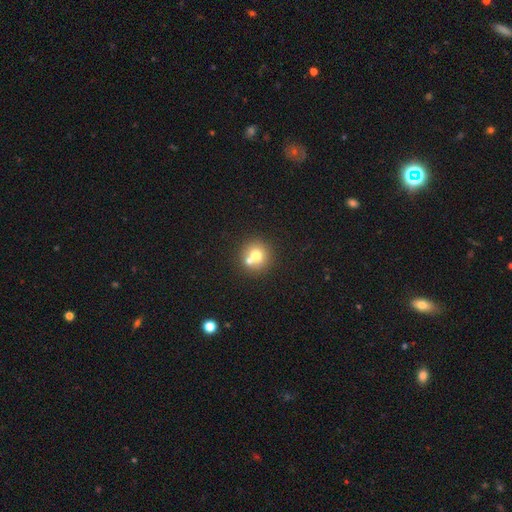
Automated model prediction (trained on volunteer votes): Morphology: type=smooth (70%); roundness=round (91%); merging=none (60%).